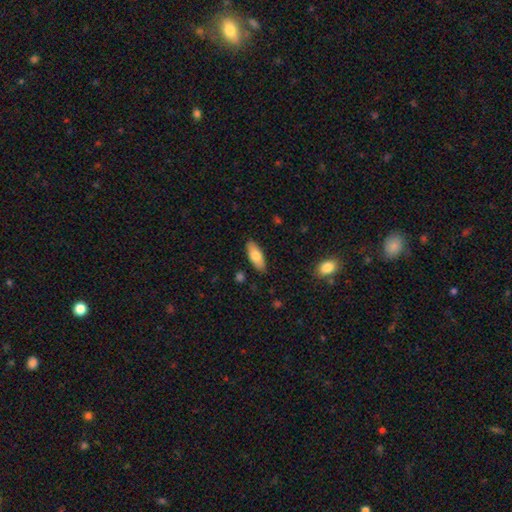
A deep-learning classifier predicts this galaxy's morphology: Smooth or featured: smooth — 75% (featured or disk — 19%)
How rounded: in between — 71% (cigar-shaped — 27%)
Merging: none — 87% (minor disturbance — 9%)